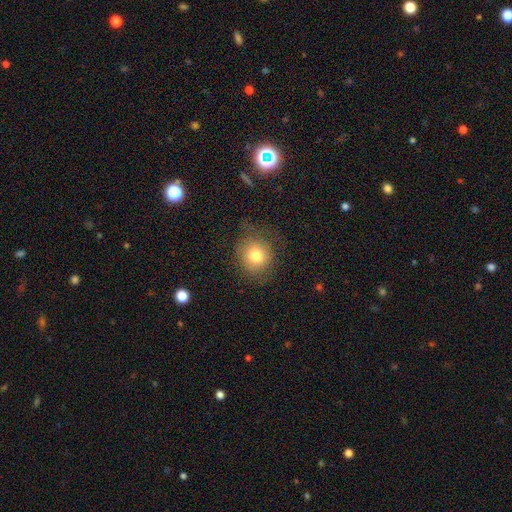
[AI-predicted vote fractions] The model was most divided on "merging": none: 68%, minor disturbance: 20%, major disturbance: 11%, merger: 1%. More confident: how rounded — round (82%); smooth or featured — smooth (77%).